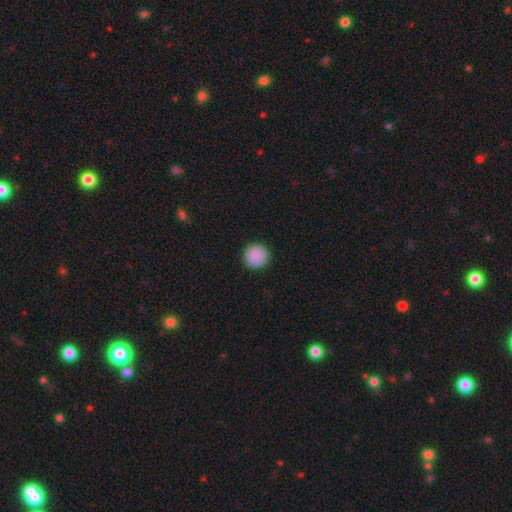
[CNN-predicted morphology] The model was most divided on "smooth or featured": smooth: 90%, star or artifact: 8%, featured or disk: 2%. More confident: how rounded — round (95%); merging — none (92%).